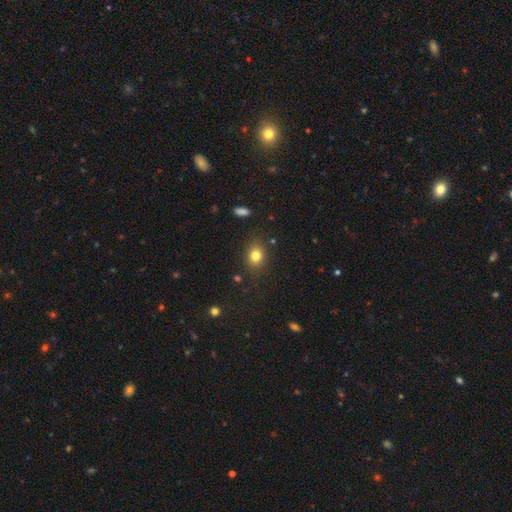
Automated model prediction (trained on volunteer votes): Overall: smooth (80%). How rounded: in between (51%; round 47%). Merging: none (83%).